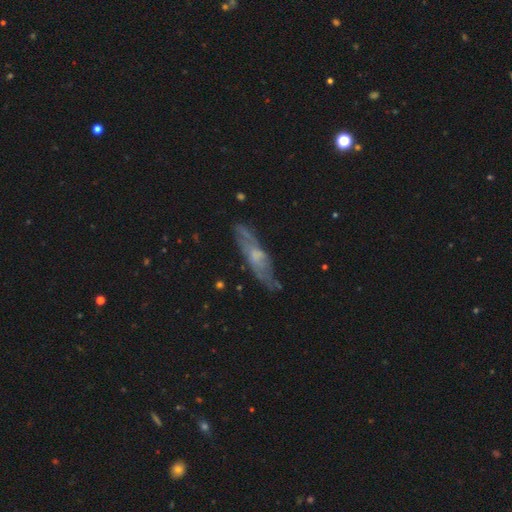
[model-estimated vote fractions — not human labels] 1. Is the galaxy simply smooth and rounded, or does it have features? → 59% featured or disk, 33% smooth, 8% star or artifact.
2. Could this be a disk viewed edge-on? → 56% no, 44% yes.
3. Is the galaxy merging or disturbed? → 68% none, 22% minor disturbance, 8% major disturbance, 2% merger.